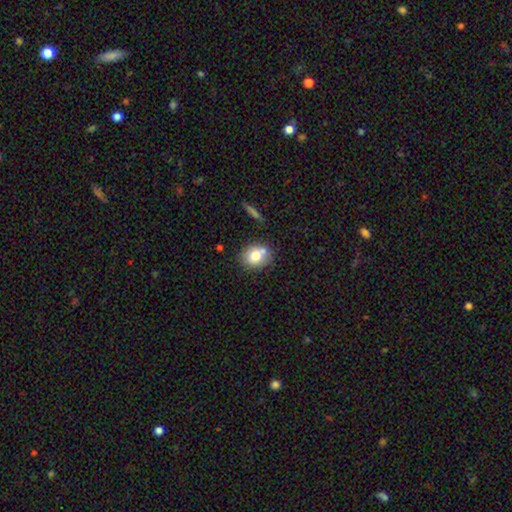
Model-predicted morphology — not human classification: A smooth galaxy with no disk features (74%) that is round (52%).

Vote fractions:
- Smooth or featured? smooth: 74% / featured or disk: 16% / star or artifact: 9%
- How rounded? round: 52% / in between: 47% / cigar-shaped: 1%
- Merging? none: 65% / minor disturbance: 16% / merger: 14% / major disturbance: 4%